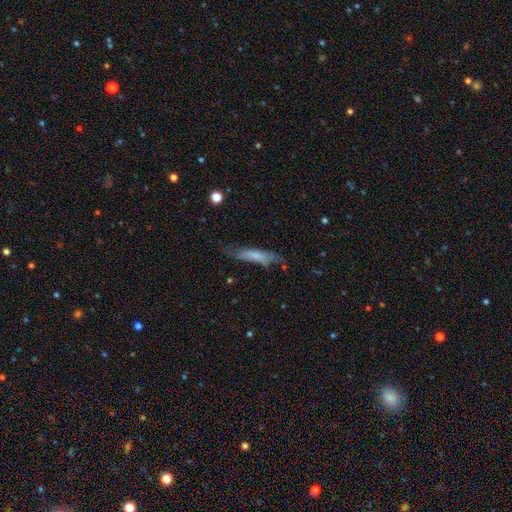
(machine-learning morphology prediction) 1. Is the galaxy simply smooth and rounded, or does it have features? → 59% smooth, 34% featured or disk, 7% star or artifact.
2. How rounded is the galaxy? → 80% cigar-shaped, 18% in between, 2% round.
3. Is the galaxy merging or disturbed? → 53% none, 29% minor disturbance, 15% major disturbance, 4% merger.